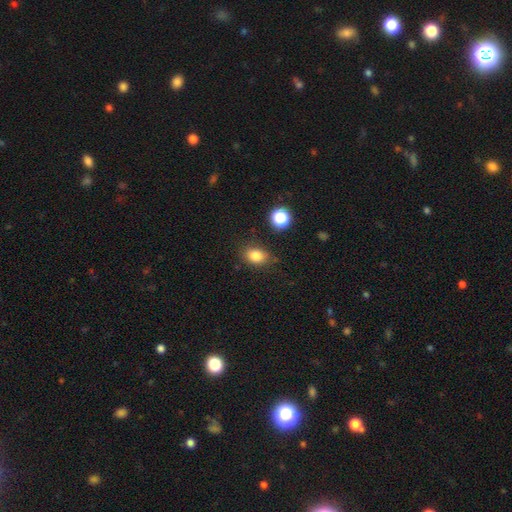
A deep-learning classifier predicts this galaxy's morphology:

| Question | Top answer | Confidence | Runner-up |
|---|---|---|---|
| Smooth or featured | smooth | 83% | star or artifact (11%) |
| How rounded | in between | 68% | round (31%) |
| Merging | none | 79% | minor disturbance (14%) |